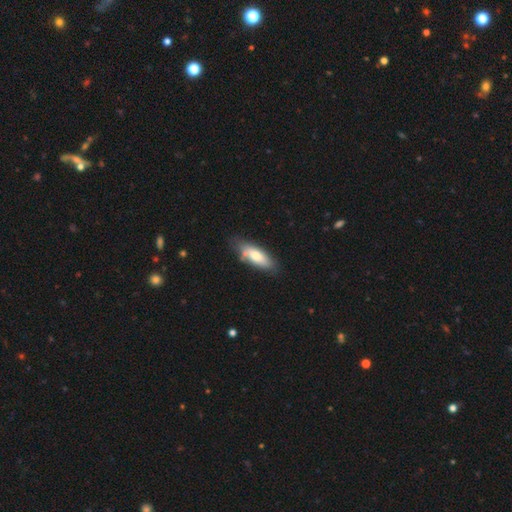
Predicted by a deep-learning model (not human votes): Smooth or featured: smooth — 70% (featured or disk — 24%)
How rounded: in between — 67% (cigar-shaped — 30%)
Merging: none — 71% (minor disturbance — 19%)